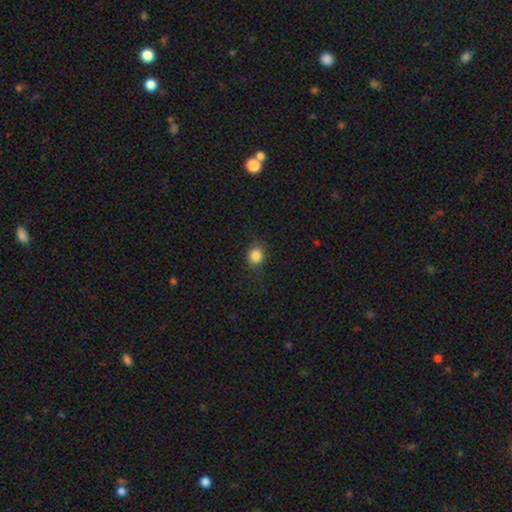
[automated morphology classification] Overall: smooth (85%). How rounded: round (73%). Merging: none (83%).